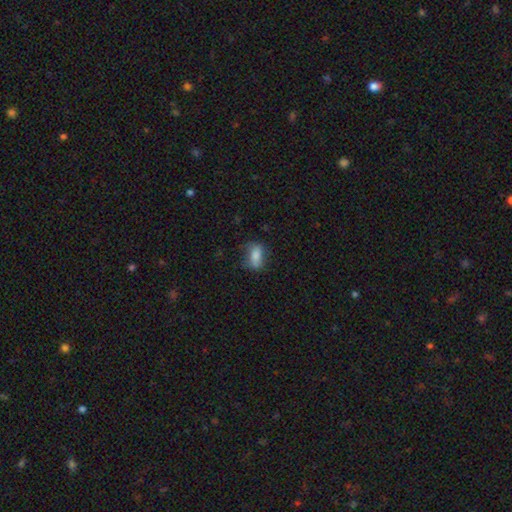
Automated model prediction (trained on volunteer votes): Smooth or featured? smooth (75%)
How rounded? in between (82%)
Merging? none (55%)